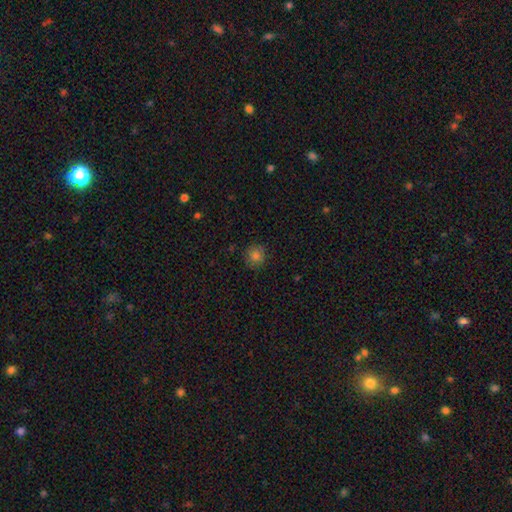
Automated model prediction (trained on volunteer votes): A smooth galaxy with no disk features (80%) that is round (91%).

Vote fractions:
- Smooth or featured? smooth: 80% / star or artifact: 14% / featured or disk: 6%
- How rounded? round: 91% / in between: 8% / cigar-shaped: 1%
- Merging? none: 88% / minor disturbance: 9% / major disturbance: 2% / merger: 1%